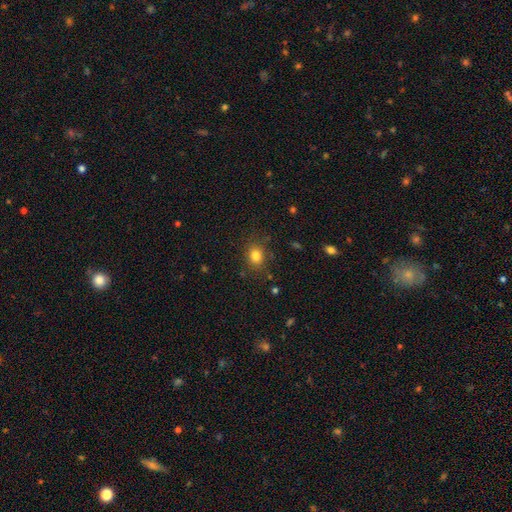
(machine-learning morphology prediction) The model was most divided on "how rounded": round: 61%, in between: 39%, cigar-shaped: 1%. More confident: merging — none (82%); smooth or featured — smooth (82%).